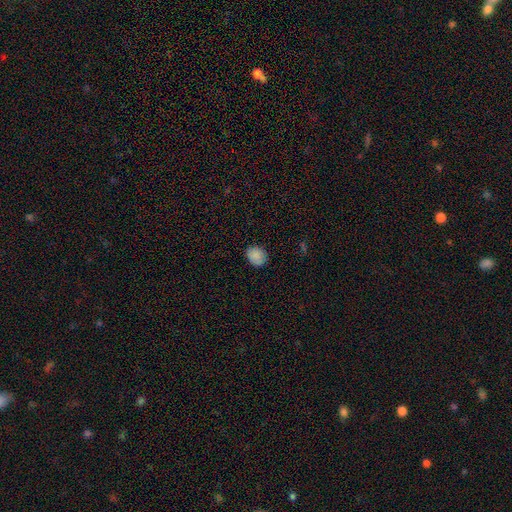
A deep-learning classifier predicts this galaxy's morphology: The model was most divided on "how rounded": round: 59%, in between: 40%, cigar-shaped: 1%. More confident: smooth or featured — smooth (87%); merging — none (83%).